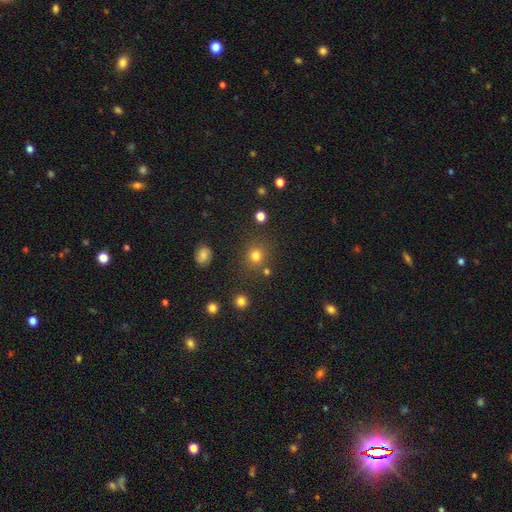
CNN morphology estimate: The model was most divided on "smooth or featured": smooth: 77%, star or artifact: 16%, featured or disk: 6%. More confident: how rounded — round (88%); merging — none (81%).